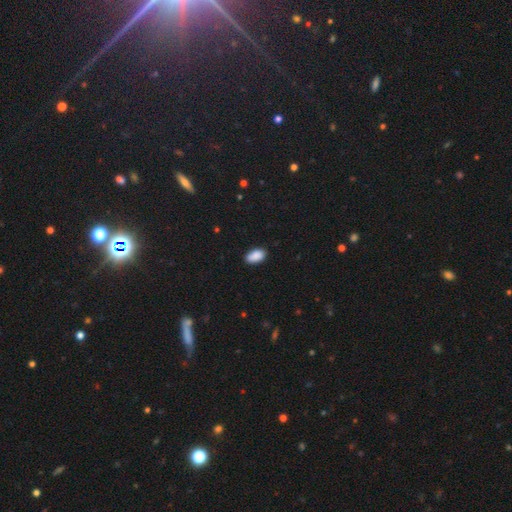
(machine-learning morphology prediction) A smooth galaxy with no disk features (89%) that is in between round and cigar-shaped (93%). Merging: none (84%).